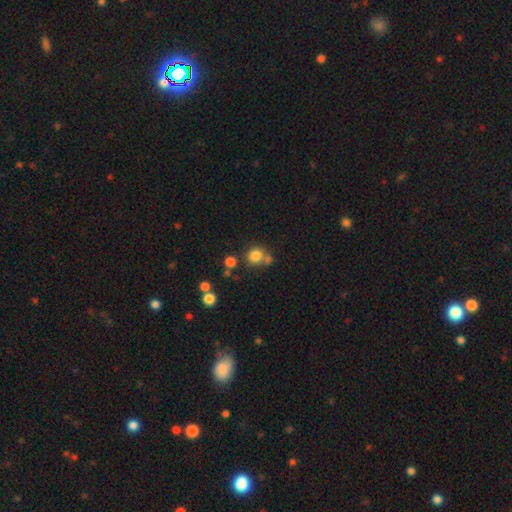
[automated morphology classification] Smooth or featured: smooth — 79% (star or artifact — 13%)
How rounded: round — 84% (in between — 15%)
Merging: none — 63% (merger — 22%)